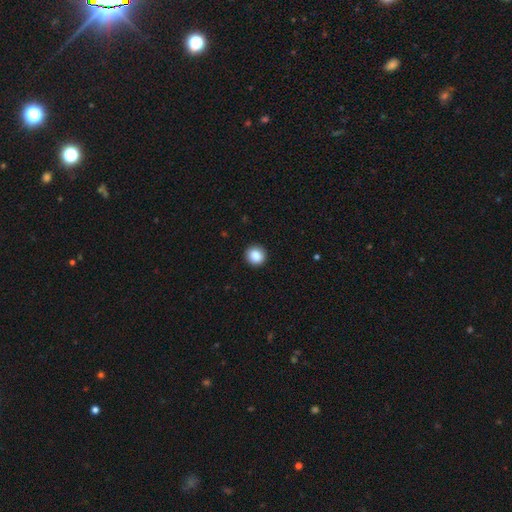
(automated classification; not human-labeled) The model was most divided on "smooth or featured": smooth: 88%, star or artifact: 9%, featured or disk: 4%. More confident: merging — none (92%); how rounded — round (90%).